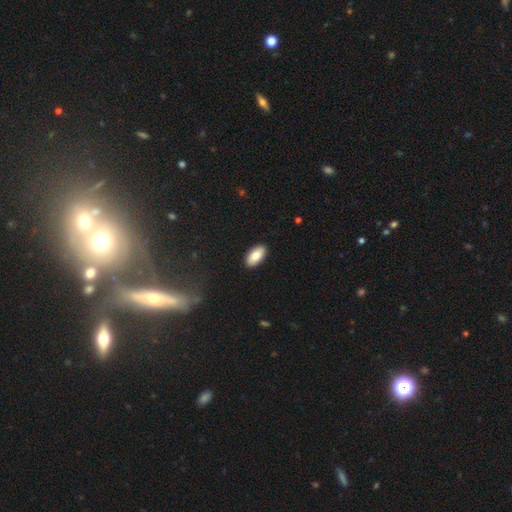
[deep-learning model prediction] smooth-or-featured: smooth: 84% | featured or disk: 10% | star or artifact: 6%
  how-rounded: in between: 94% | cigar-shaped: 4% | round: 2%
  merging: none: 90% | minor disturbance: 7% | major disturbance: 2% | merger: 1%